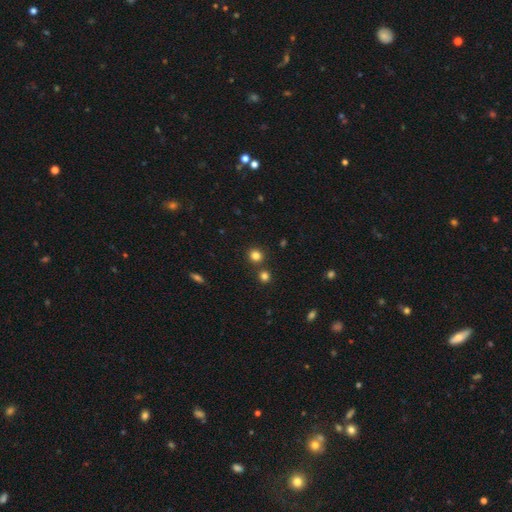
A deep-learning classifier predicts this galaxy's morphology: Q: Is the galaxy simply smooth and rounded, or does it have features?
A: smooth — 81%.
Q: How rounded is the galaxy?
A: round — 88%.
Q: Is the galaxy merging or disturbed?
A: none — 81%.